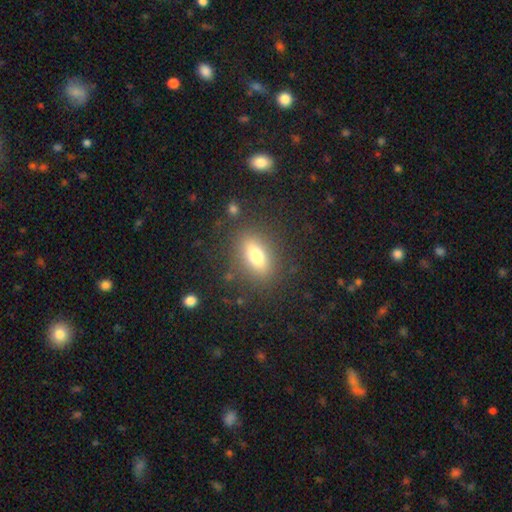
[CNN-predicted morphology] Smooth or featured: smooth — 68% (featured or disk — 22%)
How rounded: in between — 74% (cigar-shaped — 14%)
Merging: none — 82% (minor disturbance — 11%)